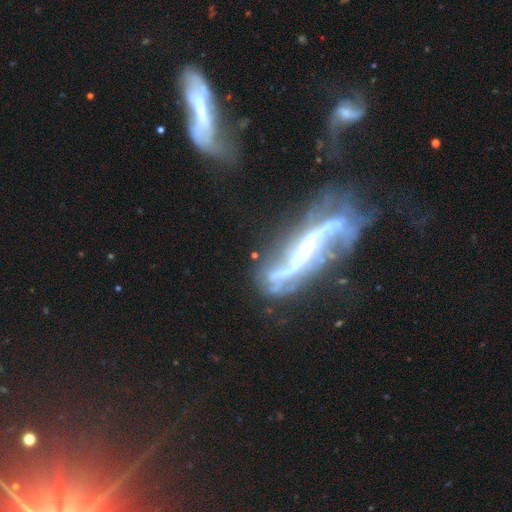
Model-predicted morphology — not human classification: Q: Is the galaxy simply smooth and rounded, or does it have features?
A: featured or disk — 78%.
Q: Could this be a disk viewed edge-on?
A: no — 83%.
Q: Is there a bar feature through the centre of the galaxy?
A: no — 41%.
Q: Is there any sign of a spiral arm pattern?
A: yes — 76%.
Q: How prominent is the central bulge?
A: small — 45%.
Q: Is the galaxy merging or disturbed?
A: merger — 31%.